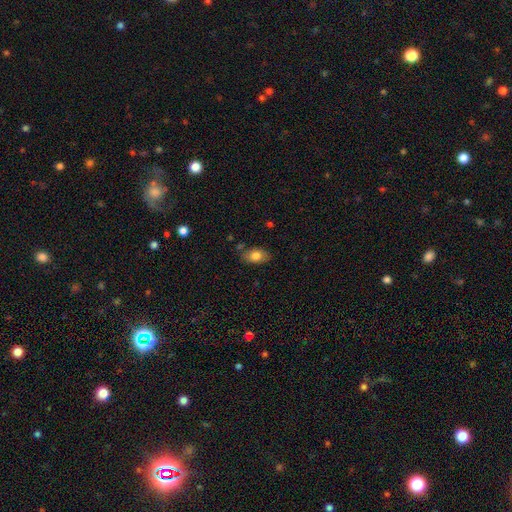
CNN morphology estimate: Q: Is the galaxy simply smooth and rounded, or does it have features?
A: smooth — 78%.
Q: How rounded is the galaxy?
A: in between — 89%.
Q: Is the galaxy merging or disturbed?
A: none — 78%.